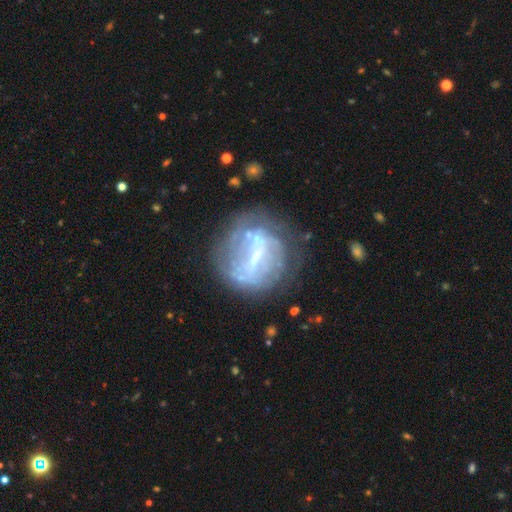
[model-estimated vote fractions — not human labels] Q: Smooth or featured?
A: featured or disk (72%); runner-up: smooth (18%)
Q: Edge-on disk?
A: no (96%); runner-up: yes (4%)
Q: Bar?
A: weak (41%); runner-up: strong (40%)
Q: Spiral arms?
A: yes (53%); runner-up: no (47%)
Q: Bulge size?
A: small (55%); runner-up: none (21%)
Q: Merging?
A: none (61%); runner-up: minor disturbance (19%)